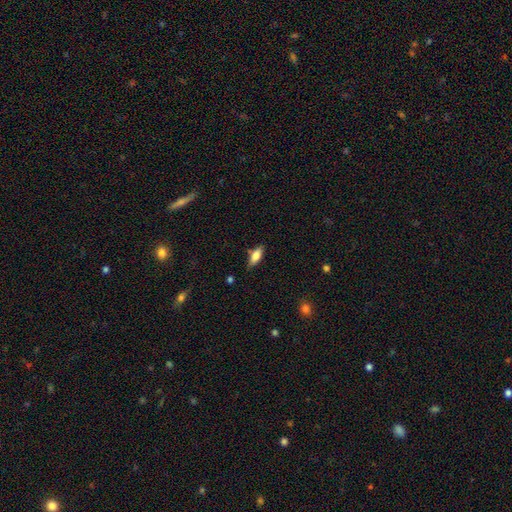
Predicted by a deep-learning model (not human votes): Overall: smooth (74%). How rounded: in between (74%). Merging: none (76%).